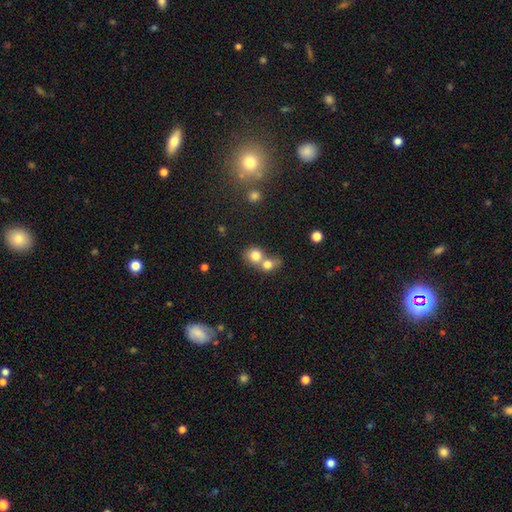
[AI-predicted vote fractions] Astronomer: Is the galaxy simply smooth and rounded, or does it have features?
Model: smooth — 77%.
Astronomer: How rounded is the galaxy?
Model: round — 78%.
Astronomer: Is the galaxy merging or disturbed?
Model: merger — 62%.